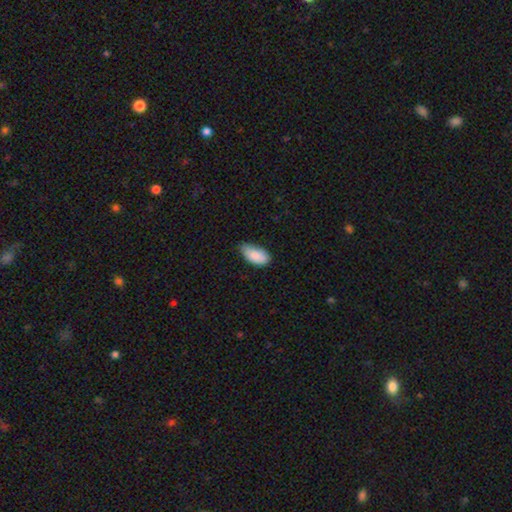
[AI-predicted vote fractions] A smooth galaxy with no disk features (87%) that is in between round and cigar-shaped (94%). Merging: none (55%).